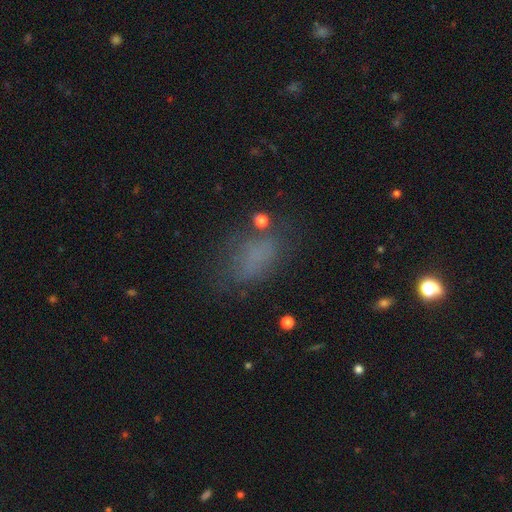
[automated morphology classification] smooth-or-featured: smooth: 66% | star or artifact: 20% | featured or disk: 14%
  how-rounded: in between: 85% | round: 12% | cigar-shaped: 3%
  merging: none: 59% | minor disturbance: 22% | major disturbance: 16% | merger: 4%